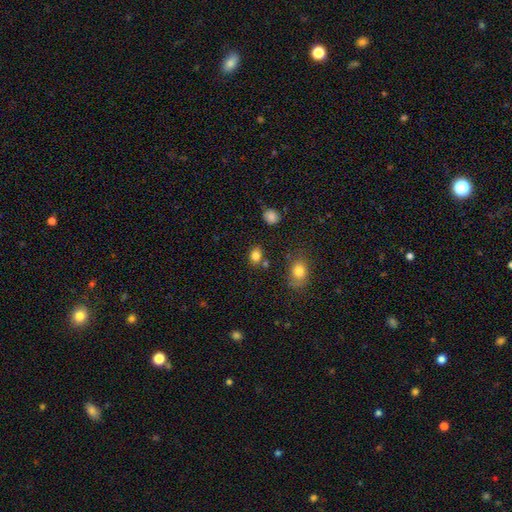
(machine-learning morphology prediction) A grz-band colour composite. It shows a smooth galaxy with no disk features (82%) that is round (52%). Merging: none (75%).